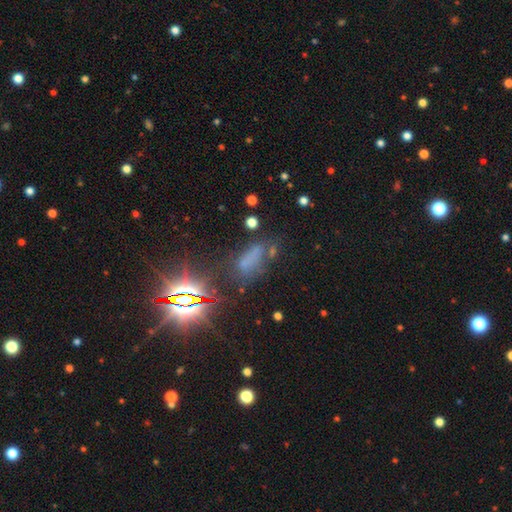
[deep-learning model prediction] This is marginally a star or artifact rather than a galaxy (44%).